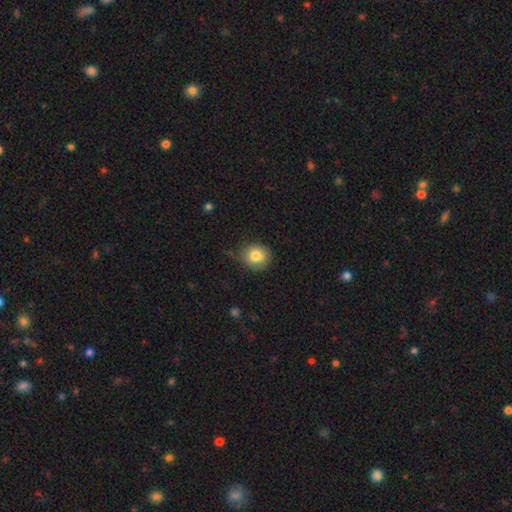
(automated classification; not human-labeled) Smooth or featured: smooth — 79% (featured or disk — 12%)
How rounded: round — 76% (in between — 23%)
Merging: none — 69% (minor disturbance — 23%)